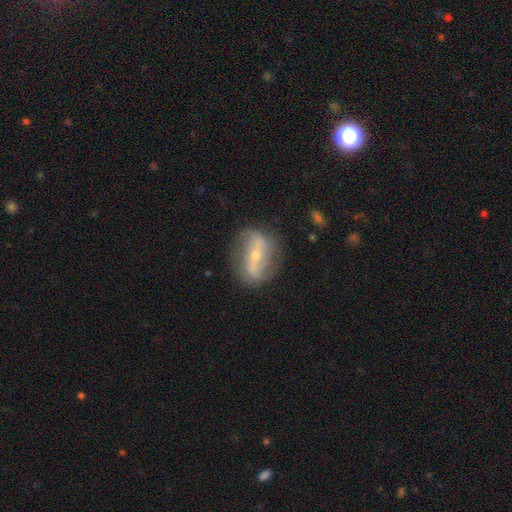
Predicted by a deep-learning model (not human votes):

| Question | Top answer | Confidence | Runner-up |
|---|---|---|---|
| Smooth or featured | featured or disk | 78% | smooth (15%) |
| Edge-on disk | no | 90% | yes (10%) |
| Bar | strong | 51% | weak (26%) |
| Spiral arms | yes | 82% | no (18%) |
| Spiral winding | loose | 61% | medium (26%) |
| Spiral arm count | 2 | 88% | can't tell (7%) |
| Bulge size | small | 62% | moderate (34%) |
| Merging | none | 77% | minor disturbance (15%) |